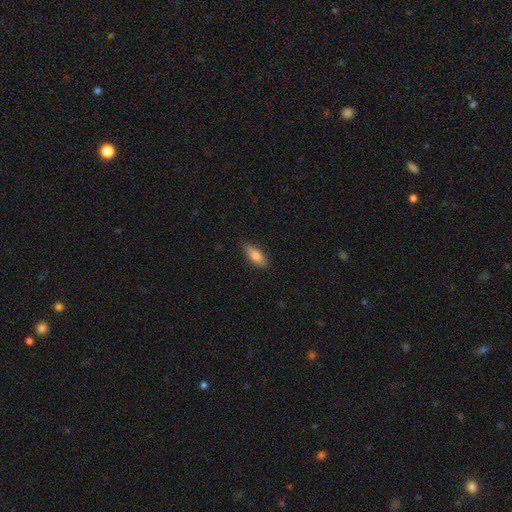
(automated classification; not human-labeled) The model was most divided on "how rounded": in between: 70%, cigar-shaped: 28%, round: 2%. More confident: merging — none (84%); smooth or featured — smooth (78%).